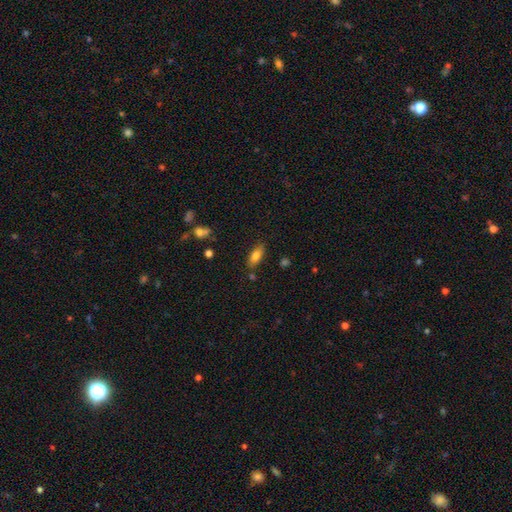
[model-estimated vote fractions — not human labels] smooth_or_featured: smooth (p=0.79) [alt: featured or disk p=0.12]
how_rounded: in between (p=0.83) [alt: cigar-shaped p=0.14]
merging: none (p=0.80) [alt: minor disturbance p=0.13]